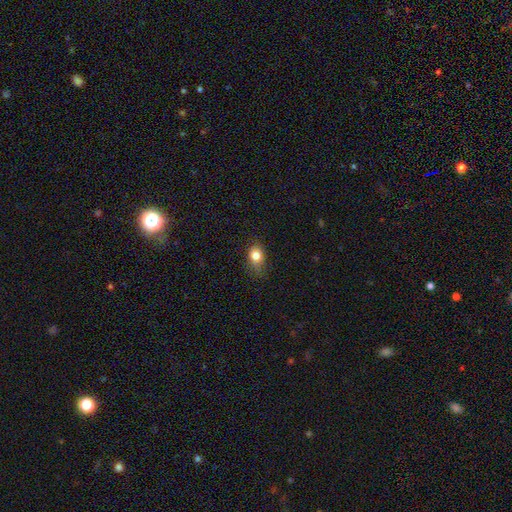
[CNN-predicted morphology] A smooth galaxy with no disk features (80%) that is in between round and cigar-shaped (60%). Merging: none (65%).